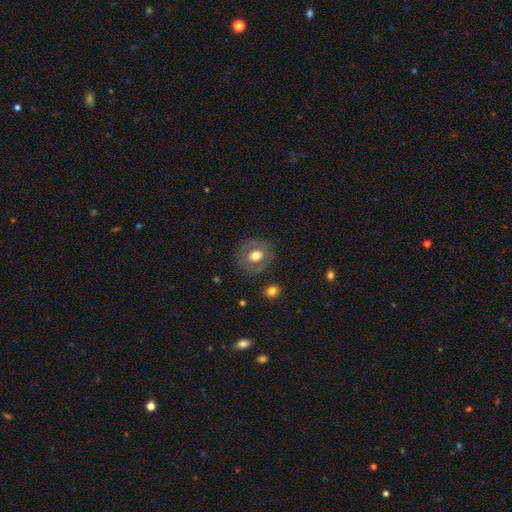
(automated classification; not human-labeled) Smooth or featured: smooth — 56% (featured or disk — 37%)
How rounded: round — 72% (in between — 27%)
Merging: none — 83% (minor disturbance — 11%)